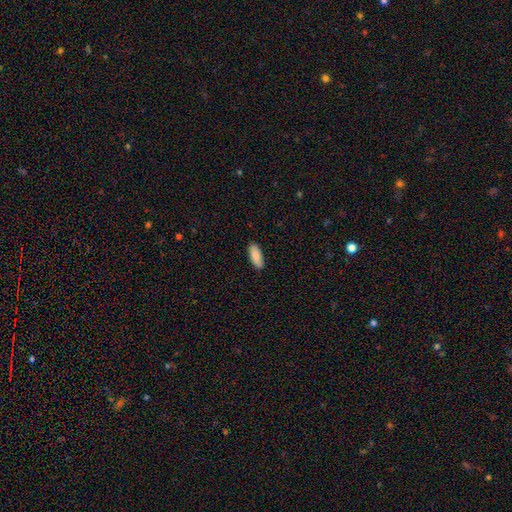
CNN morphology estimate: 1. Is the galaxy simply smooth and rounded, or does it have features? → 88% smooth, 6% featured or disk, 6% star or artifact.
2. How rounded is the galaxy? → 79% in between, 19% cigar-shaped, 2% round.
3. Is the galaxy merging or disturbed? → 88% none, 10% minor disturbance, 2% major disturbance, 1% merger.